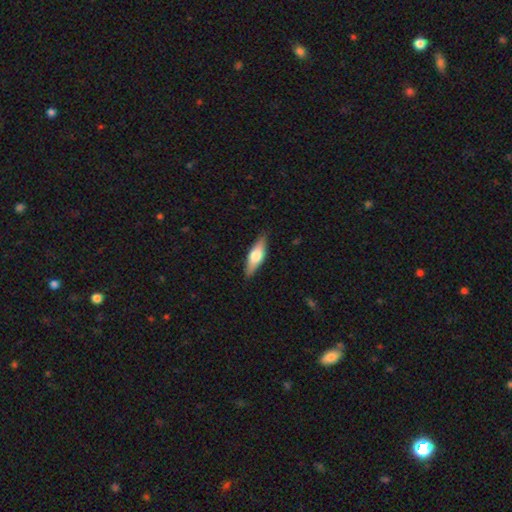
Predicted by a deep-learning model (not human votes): smooth_or_featured: smooth (p=0.53) [alt: featured or disk p=0.41]
how_rounded: in between (p=0.54) [alt: cigar-shaped p=0.44]
merging: none (p=0.87) [alt: minor disturbance p=0.10]